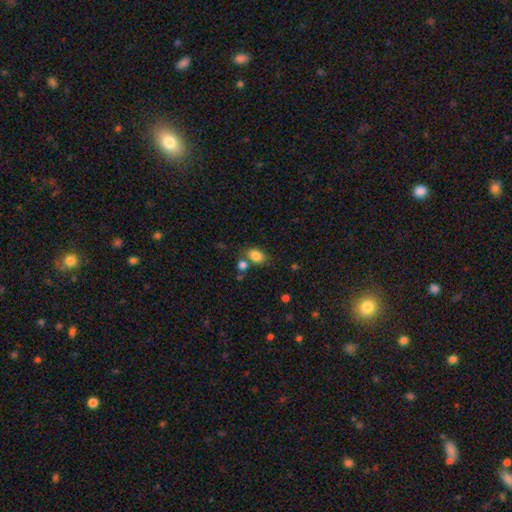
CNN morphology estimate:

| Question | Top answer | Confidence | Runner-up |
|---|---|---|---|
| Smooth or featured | smooth | 84% | star or artifact (10%) |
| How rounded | in between | 76% | round (22%) |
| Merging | none | 63% | merger (17%) |